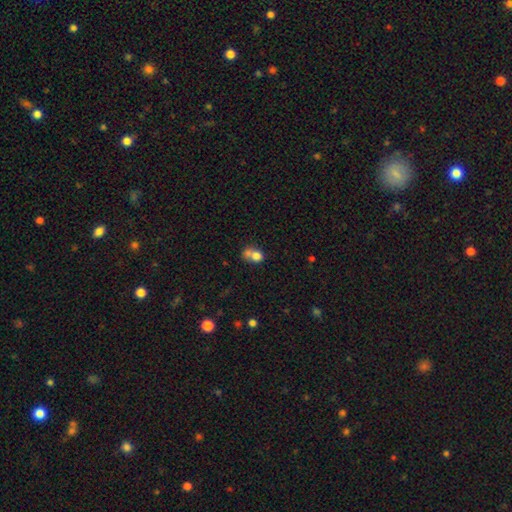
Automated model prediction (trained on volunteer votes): The model was most divided on "how rounded": round: 57%, in between: 42%, cigar-shaped: 1%. More confident: smooth or featured — smooth (73%); merging — merger (58%).